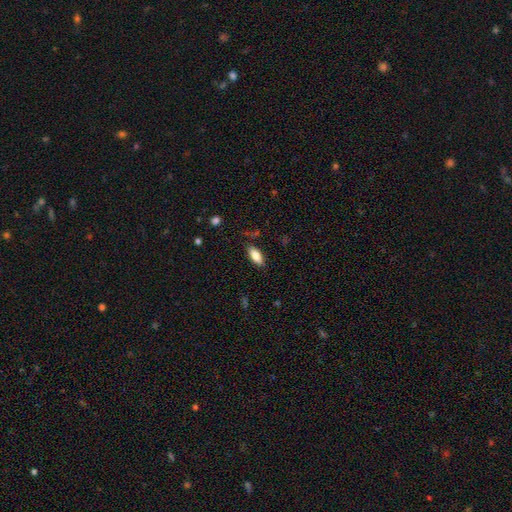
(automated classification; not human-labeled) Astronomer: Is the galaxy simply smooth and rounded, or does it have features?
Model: smooth — 82%.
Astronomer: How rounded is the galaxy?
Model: in between — 83%.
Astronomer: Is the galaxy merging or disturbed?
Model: none — 83%.